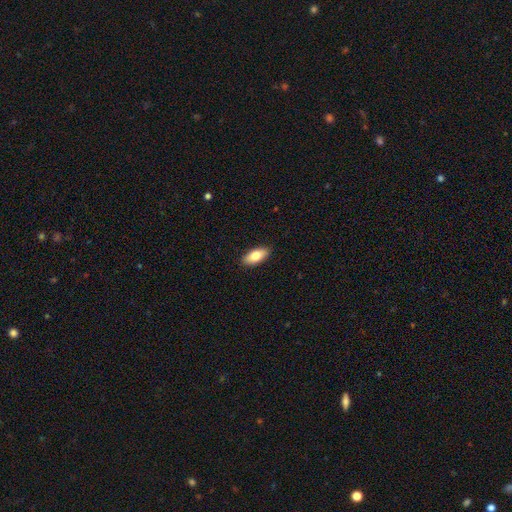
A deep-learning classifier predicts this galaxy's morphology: Smooth or featured? Predicted: smooth (p=0.80). How rounded? Predicted: in between (p=0.88). Merging? Predicted: none (p=0.90).